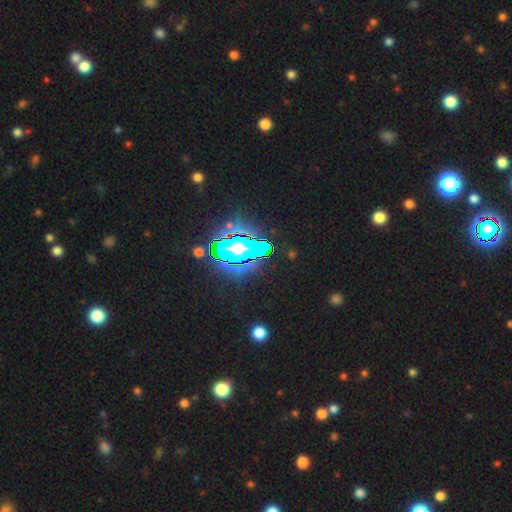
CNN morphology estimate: The model was most divided on "smooth or featured": star or artifact: 60%, smooth: 22%, featured or disk: 18%.